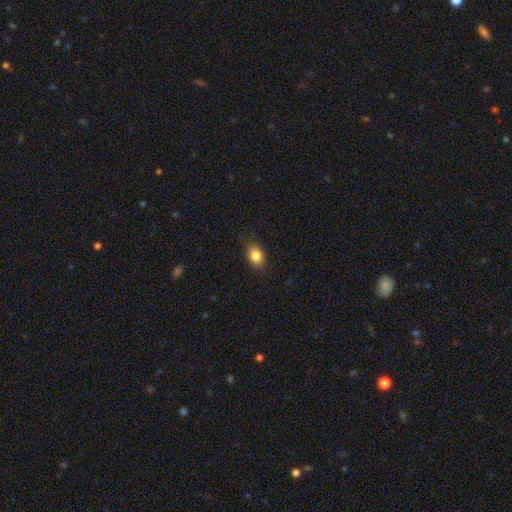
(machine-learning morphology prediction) Smooth or featured?
  - smooth: 85% *
  - star or artifact: 9%
  - featured or disk: 6%
How rounded?
  - in between: 77% *
  - round: 22%
  - cigar-shaped: 2%
Merging?
  - none: 84% *
  - minor disturbance: 12%
  - major disturbance: 3%
  - merger: 1%